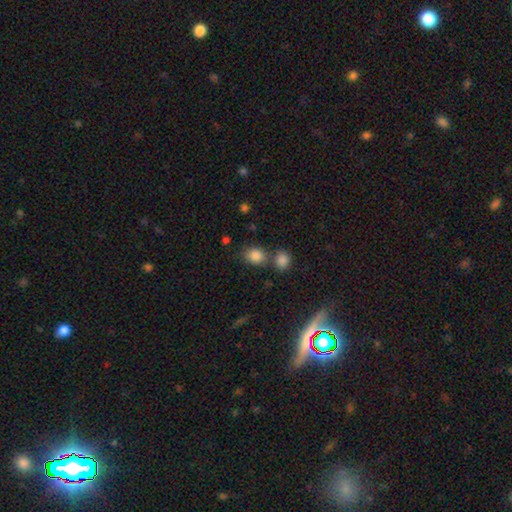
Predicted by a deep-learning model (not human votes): Overall: smooth (84%). How rounded: round (52%; in between 47%). Merging: none (57%; merger 27%).